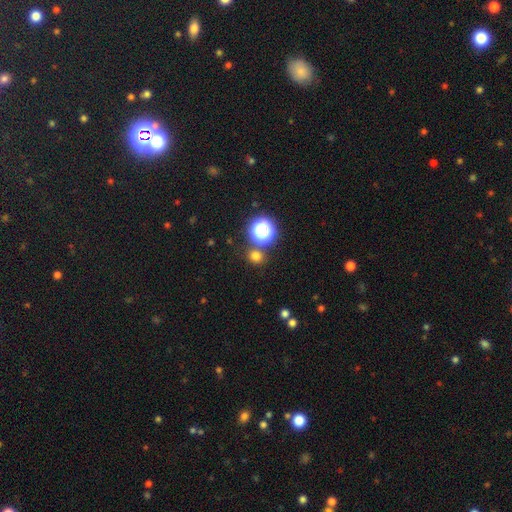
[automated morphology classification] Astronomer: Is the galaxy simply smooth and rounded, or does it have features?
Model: smooth — 70%.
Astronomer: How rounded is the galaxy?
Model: round — 83%.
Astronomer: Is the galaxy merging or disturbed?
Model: none — 79%.